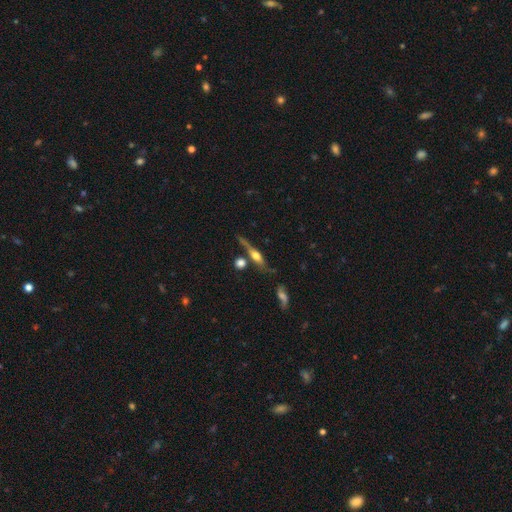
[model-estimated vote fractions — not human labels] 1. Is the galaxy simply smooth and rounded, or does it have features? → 65% featured or disk, 26% smooth, 9% star or artifact.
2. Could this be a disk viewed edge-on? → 90% yes, 10% no.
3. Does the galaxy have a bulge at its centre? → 88% rounded, 8% boxy, 4% none.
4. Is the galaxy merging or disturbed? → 62% none, 17% minor disturbance, 12% merger, 8% major disturbance.